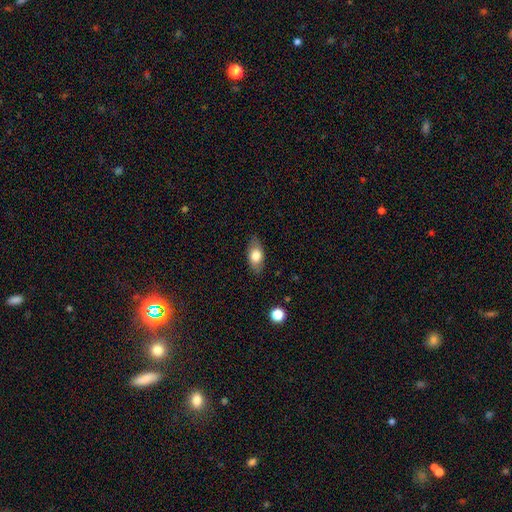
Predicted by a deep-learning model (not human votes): Smooth or featured? smooth (72%)
How rounded? in between (88%)
Merging? none (83%)